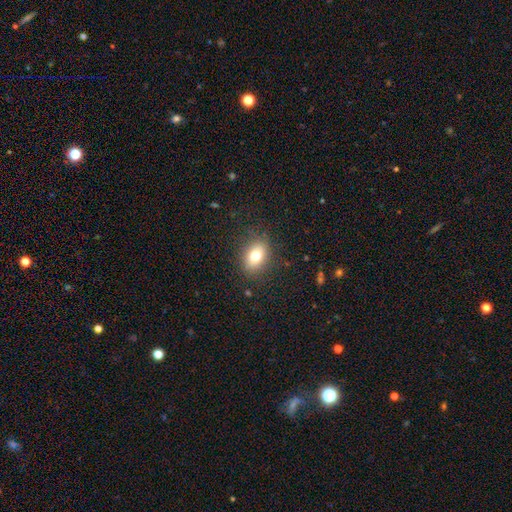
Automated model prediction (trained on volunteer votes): Morphology: type=smooth (75%); roundness=in between (67%); merging=none (85%).